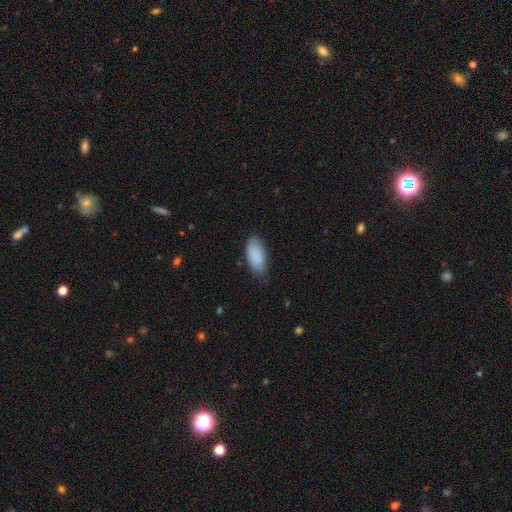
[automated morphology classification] Overall: smooth (89%). How rounded: in between (89%). Merging: none (76%).